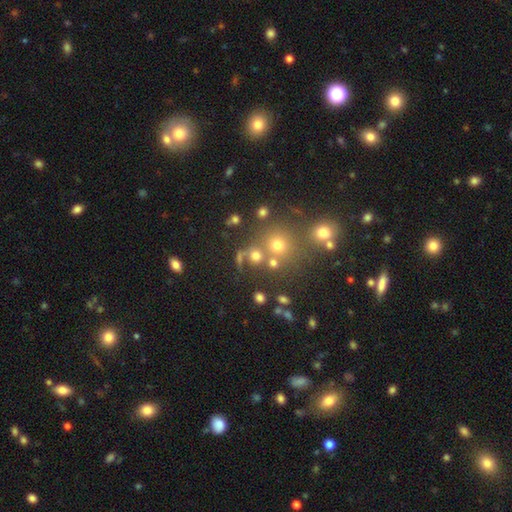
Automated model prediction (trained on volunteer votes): Smooth or featured?
  - smooth: 66% *
  - star or artifact: 21%
  - featured or disk: 13%
How rounded?
  - round: 84% *
  - in between: 15%
  - cigar-shaped: 2%
Merging?
  - none: 62% *
  - merger: 22%
  - minor disturbance: 10%
  - major disturbance: 6%